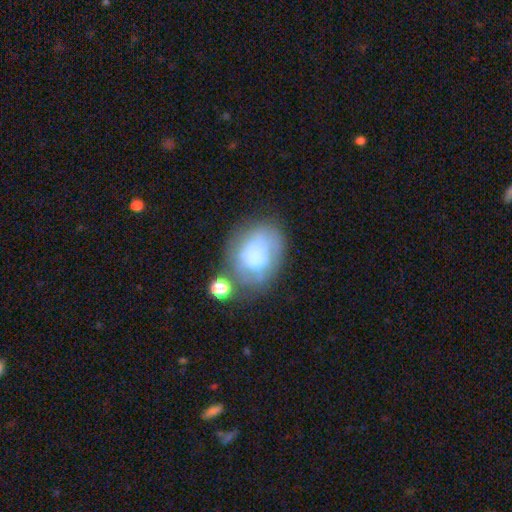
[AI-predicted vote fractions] smooth 51%, featured or disk 37%, star or artifact 12%. Down the decision tree: how rounded — in between (60%); merging — none (37%).